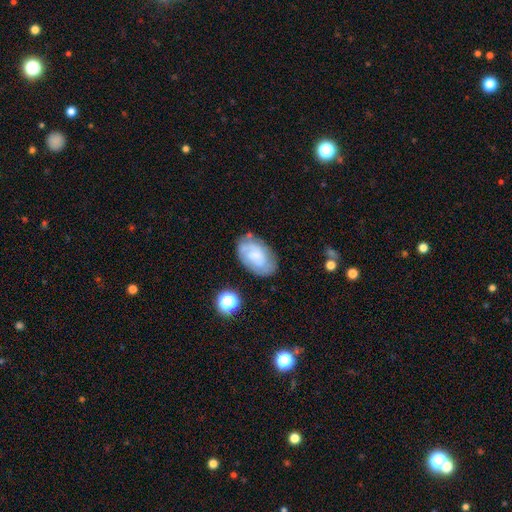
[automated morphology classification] Smooth or featured? Predicted: smooth (p=0.50). Merging? Predicted: none (p=0.67).